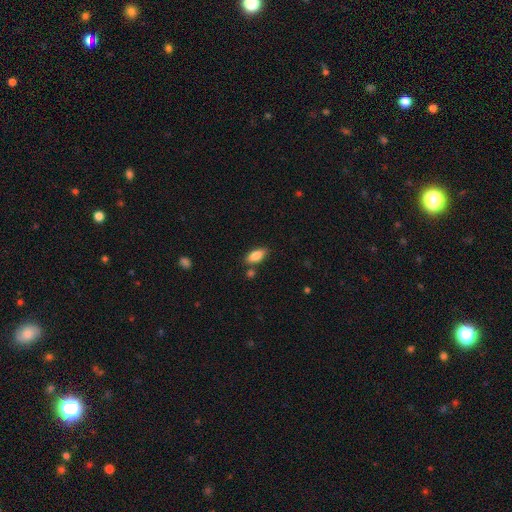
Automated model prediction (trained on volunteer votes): This appears to be a smooth galaxy with no disk features (83%) that is in between round and cigar-shaped (87%). Merging: none (78%).